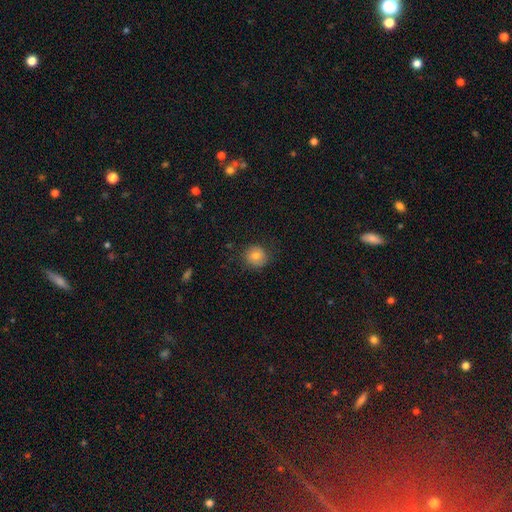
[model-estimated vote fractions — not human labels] smooth_or_featured: smooth (p=0.76) [alt: featured or disk p=0.13]
how_rounded: round (p=0.90) [alt: in between p=0.10]
merging: none (p=0.81) [alt: minor disturbance p=0.14]